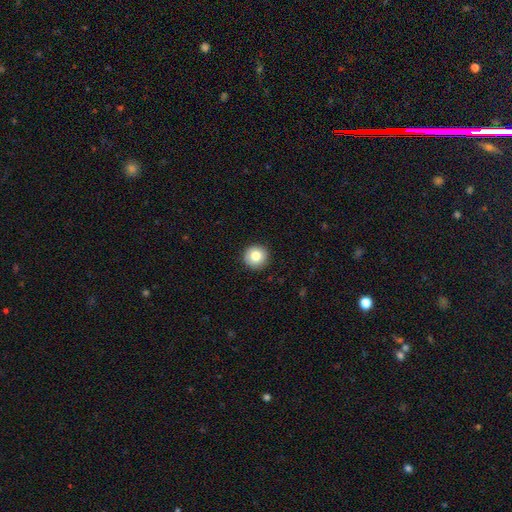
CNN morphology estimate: Overall: smooth (81%). How rounded: round (95%). Merging: none (92%).